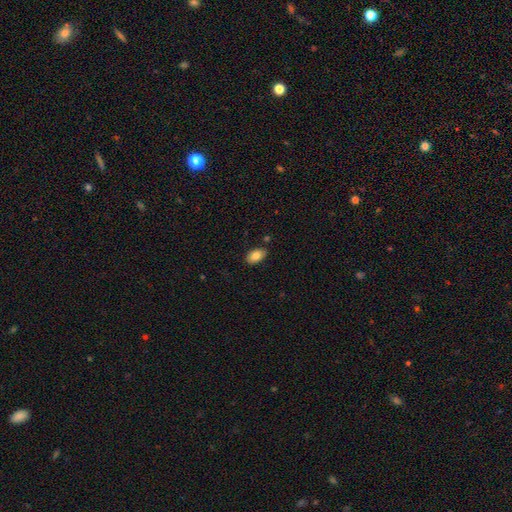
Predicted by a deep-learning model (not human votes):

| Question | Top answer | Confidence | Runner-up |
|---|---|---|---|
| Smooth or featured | smooth | 84% | featured or disk (9%) |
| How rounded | in between | 92% | round (6%) |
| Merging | none | 83% | minor disturbance (12%) |